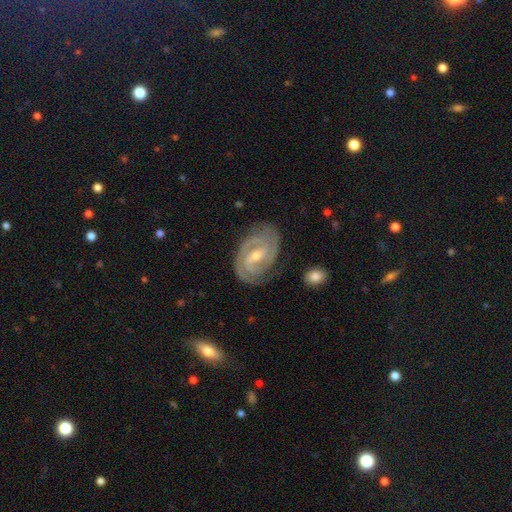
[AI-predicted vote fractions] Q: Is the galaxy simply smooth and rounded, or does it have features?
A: featured or disk — 90%.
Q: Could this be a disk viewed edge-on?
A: no — 97%.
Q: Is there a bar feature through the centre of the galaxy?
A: weak — 47%.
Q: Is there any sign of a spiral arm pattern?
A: yes — 98%.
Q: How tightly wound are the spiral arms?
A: tight — 69%.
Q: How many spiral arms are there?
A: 2 — 59%.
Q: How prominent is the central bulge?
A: small — 58%.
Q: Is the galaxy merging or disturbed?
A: none — 80%.